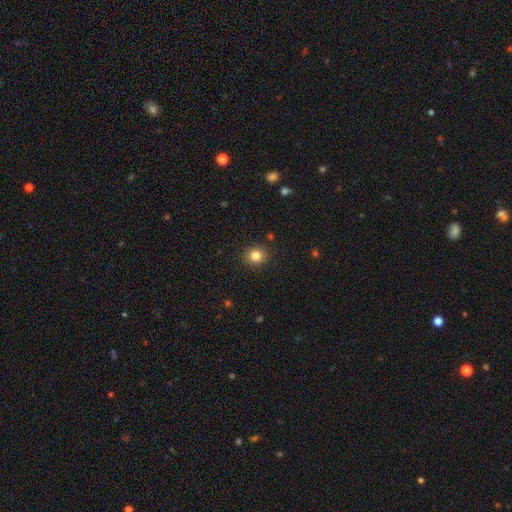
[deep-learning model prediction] Overall: smooth (83%). How rounded: round (80%). Merging: none (90%).